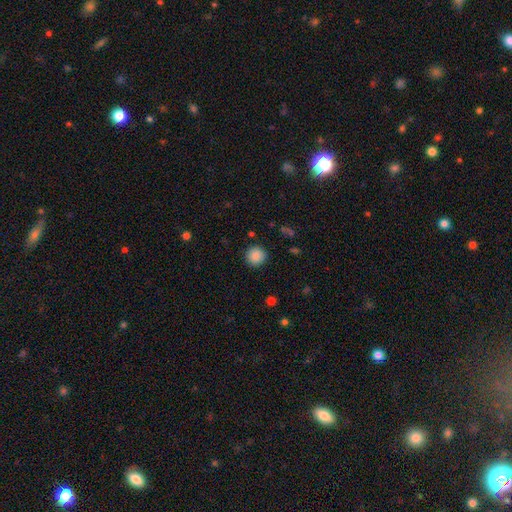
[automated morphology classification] Smooth or featured? Predicted: smooth (p=0.87). How rounded? Predicted: round (p=0.94). Merging? Predicted: none (p=0.91).